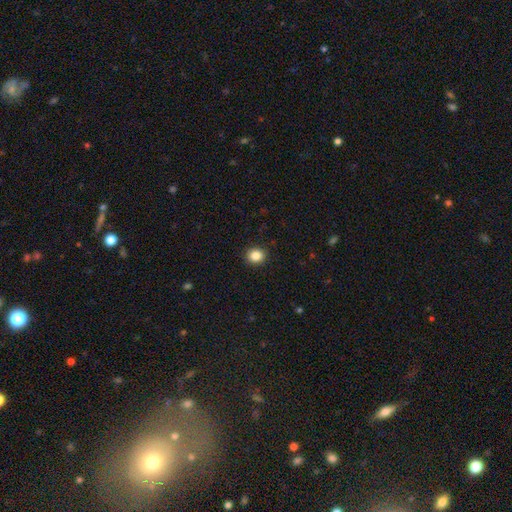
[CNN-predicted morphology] Smooth or featured: smooth — 85% (star or artifact — 10%)
How rounded: round — 79% (in between — 20%)
Merging: none — 92% (minor disturbance — 6%)